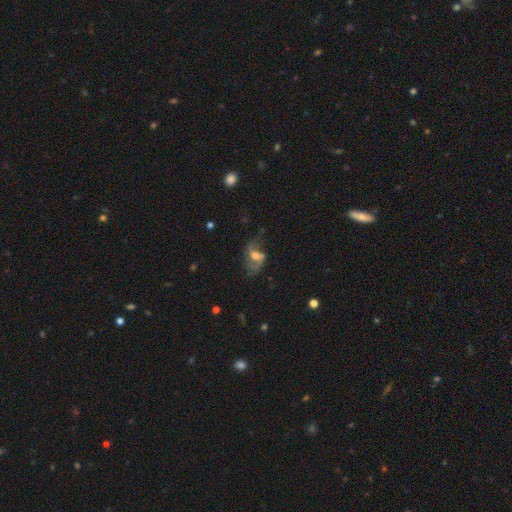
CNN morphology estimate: Smooth or featured?
  - featured or disk: 72% *
  - smooth: 19%
  - star or artifact: 10%
Edge-on disk?
  - no: 96% *
  - yes: 4%
Bar?
  - weak: 44% *
  - no: 40%
  - strong: 15%
Spiral arms?
  - yes: 85% *
  - no: 15%
Spiral winding?
  - loose: 68% *
  - medium: 26%
  - tight: 6%
Spiral arm count?
  - 2: 84% *
  - can't tell: 6%
  - 1: 6%
  - 3: 2%
  - 4: 1%
  - more than 4: 1%
Bulge size?
  - moderate: 62% *
  - small: 20%
  - large: 13%
  - none: 4%
  - dominant: 2%
Merging?
  - none: 52% *
  - major disturbance: 22%
  - minor disturbance: 21%
  - merger: 4%